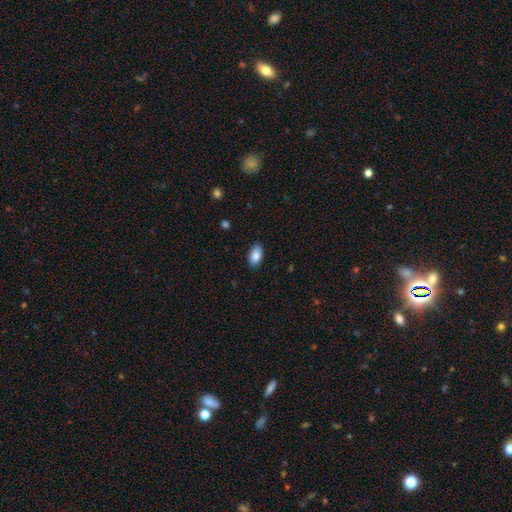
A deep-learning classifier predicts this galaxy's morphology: Q: Smooth or featured?
A: smooth (88%); runner-up: star or artifact (7%)
Q: How rounded?
A: in between (93%); runner-up: round (6%)
Q: Merging?
A: none (86%); runner-up: minor disturbance (11%)